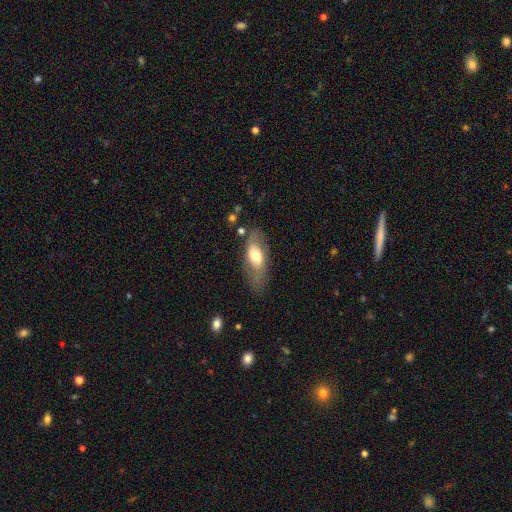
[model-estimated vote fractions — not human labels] smooth_or_featured: smooth (p=0.55) [alt: featured or disk p=0.39]
how_rounded: in between (p=0.81) [alt: cigar-shaped p=0.16]
merging: none (p=0.66) [alt: minor disturbance p=0.22]